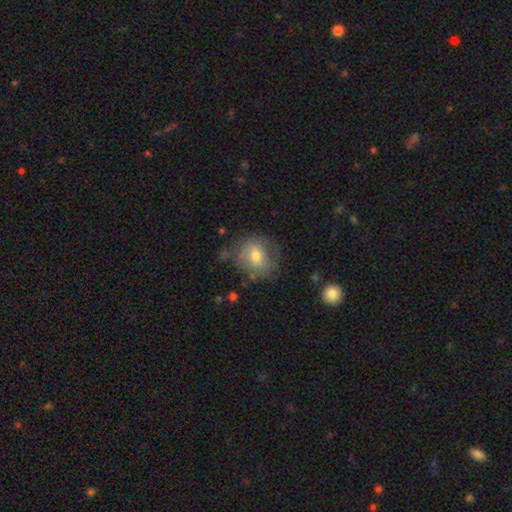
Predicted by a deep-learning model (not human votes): smooth_or_featured: smooth (p=0.59) [alt: featured or disk p=0.32]
how_rounded: round (p=0.70) [alt: in between p=0.29]
merging: none (p=0.65) [alt: minor disturbance p=0.22]